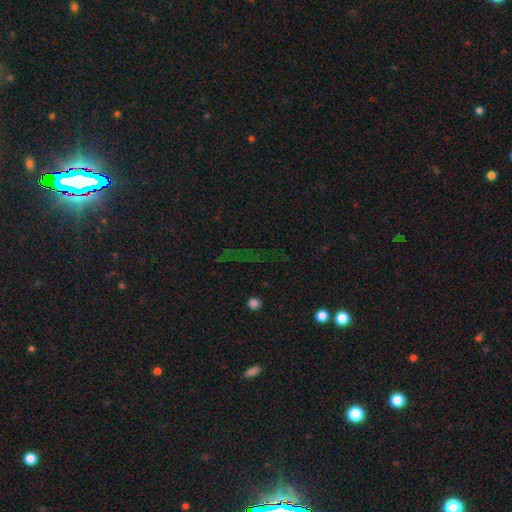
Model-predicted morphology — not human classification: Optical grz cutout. It shows a star or artifact, not a galaxy (76%).